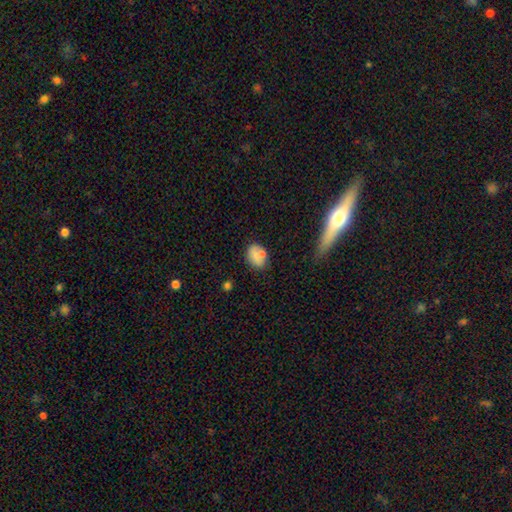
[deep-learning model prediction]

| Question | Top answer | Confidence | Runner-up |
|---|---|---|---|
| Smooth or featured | smooth | 73% | featured or disk (17%) |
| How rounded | in between | 71% | round (28%) |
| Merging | none | 63% | minor disturbance (18%) |